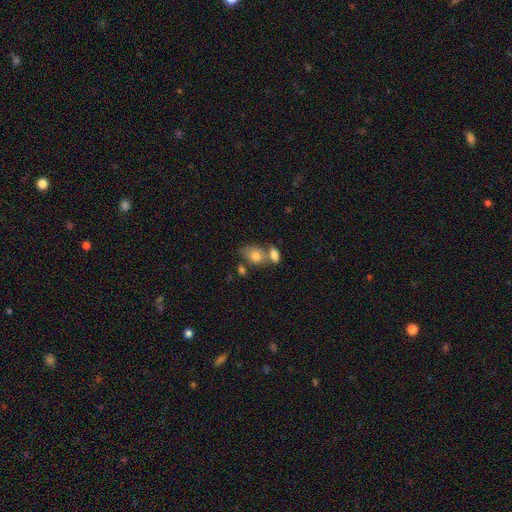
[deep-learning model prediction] Smooth or featured?
  - smooth: 78% *
  - featured or disk: 13%
  - star or artifact: 9%
How rounded?
  - in between: 73% *
  - round: 25%
  - cigar-shaped: 2%
Merging?
  - merger: 42% *
  - none: 39%
  - minor disturbance: 14%
  - major disturbance: 6%